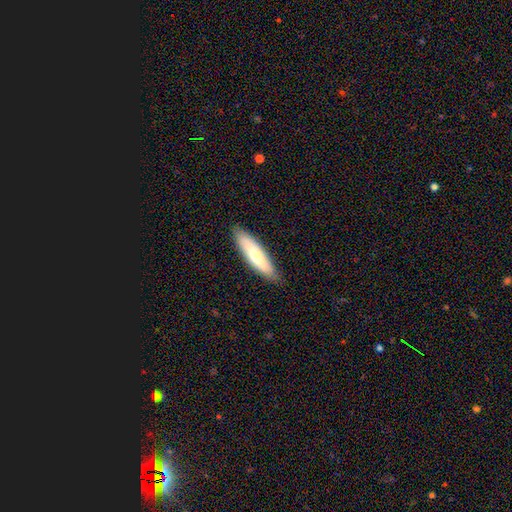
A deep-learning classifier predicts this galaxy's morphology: smooth 70%, featured or disk 24%, star or artifact 5%. Down the decision tree: how rounded — cigar-shaped (72%); merging — none (86%).